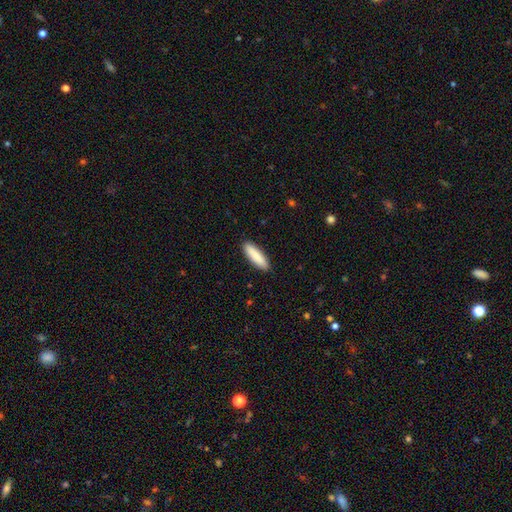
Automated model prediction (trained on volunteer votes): Smooth or featured? Predicted: smooth (p=0.88). How rounded? Predicted: cigar-shaped (p=0.64). Merging? Predicted: none (p=0.91).